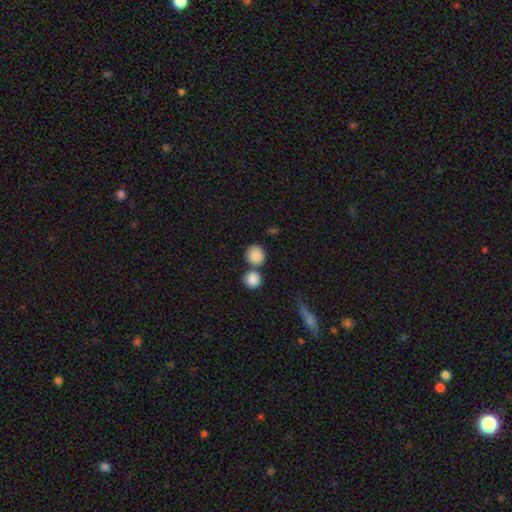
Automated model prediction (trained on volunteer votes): This appears to be a smooth galaxy with no disk features (87%) that is round (83%). Merging: none (57%).